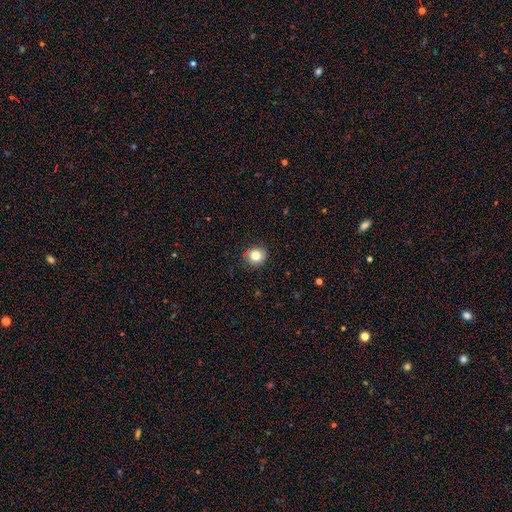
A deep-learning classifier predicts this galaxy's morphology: Smooth or featured: smooth — 81% (star or artifact — 11%)
How rounded: round — 89% (in between — 10%)
Merging: none — 88% (minor disturbance — 8%)